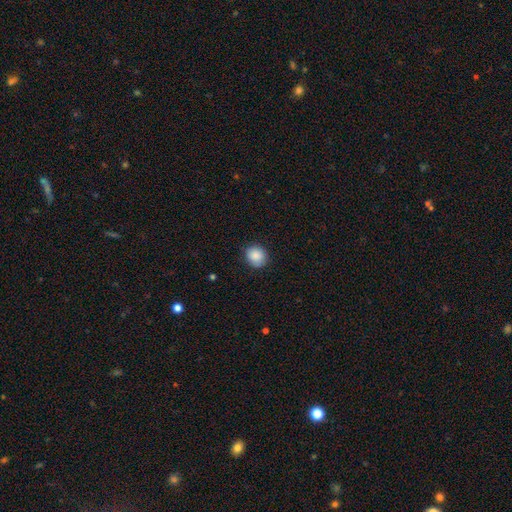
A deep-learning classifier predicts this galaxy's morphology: Overall: smooth (87%). How rounded: round (80%). Merging: none (83%).